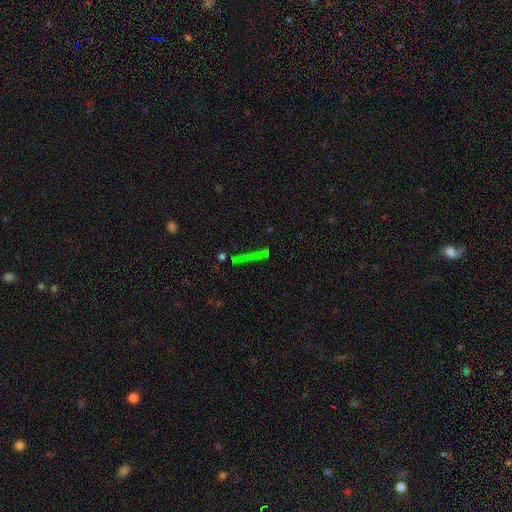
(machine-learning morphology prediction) type=star or artifact (53%).